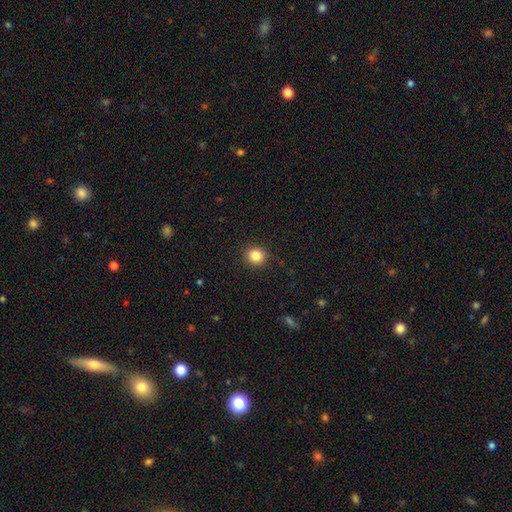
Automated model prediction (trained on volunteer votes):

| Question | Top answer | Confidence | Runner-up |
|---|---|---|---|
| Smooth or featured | smooth | 84% | star or artifact (11%) |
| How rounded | round | 92% | in between (7%) |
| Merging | none | 92% | minor disturbance (5%) |